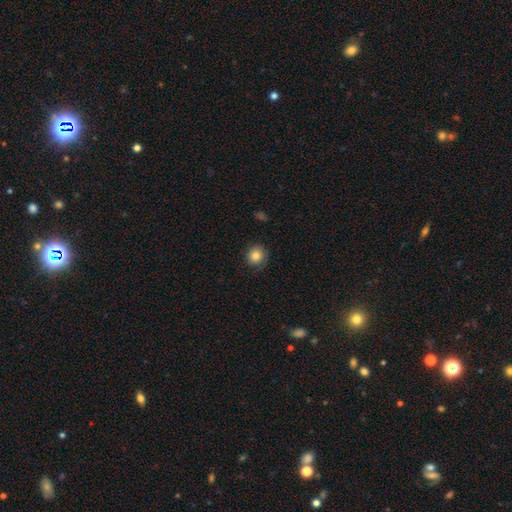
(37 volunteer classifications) smooth_or_featured: smooth (p=0.84) [alt: featured or disk p=0.14]
how_rounded: round (p=0.84) [alt: in between p=0.16]
merging: none (p=0.81) [alt: minor disturbance p=0.14]